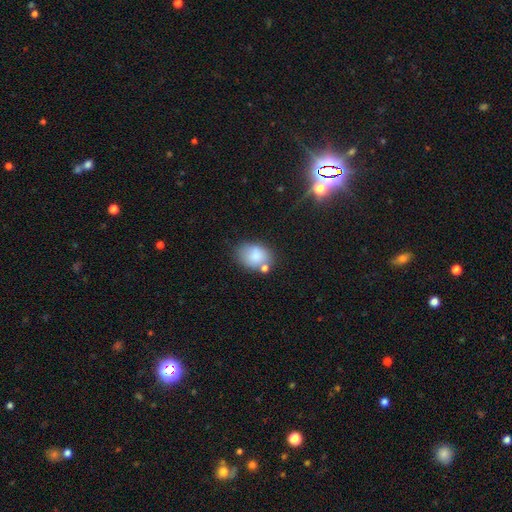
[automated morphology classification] This is clearly a smooth galaxy (82%). How rounded: likely in between (71%). Merging: possibly none (58%).